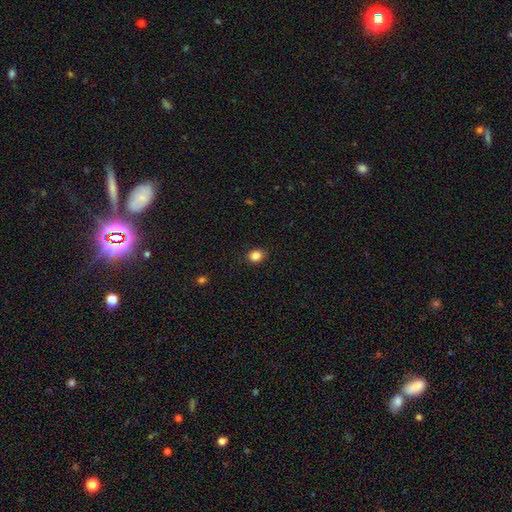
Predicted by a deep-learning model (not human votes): Smooth or featured?
  - smooth: 86% *
  - star or artifact: 11%
  - featured or disk: 4%
How rounded?
  - round: 64% *
  - in between: 35%
  - cigar-shaped: 1%
Merging?
  - none: 89% *
  - minor disturbance: 8%
  - major disturbance: 2%
  - merger: 1%